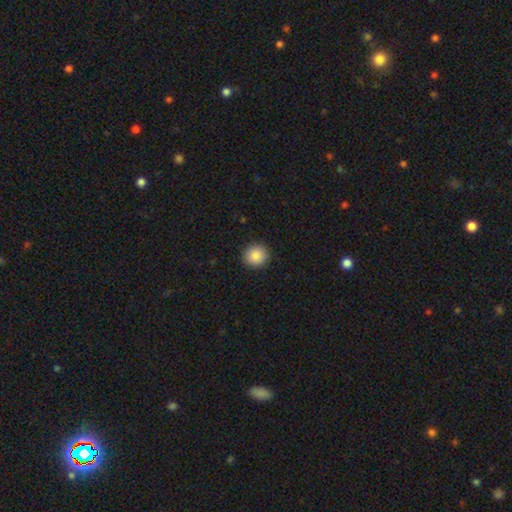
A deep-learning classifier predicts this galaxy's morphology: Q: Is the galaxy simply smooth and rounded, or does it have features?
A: smooth — 88%.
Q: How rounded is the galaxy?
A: round — 90%.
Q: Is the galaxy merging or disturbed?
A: none — 91%.